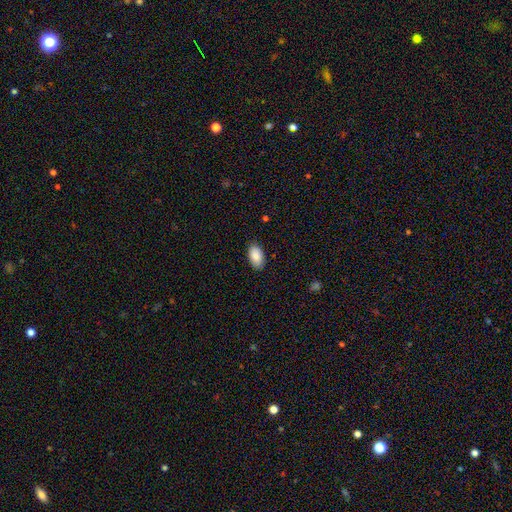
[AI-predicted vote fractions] Smooth or featured? Predicted: smooth (p=0.89). How rounded? Predicted: in between (p=0.95). Merging? Predicted: none (p=0.87).